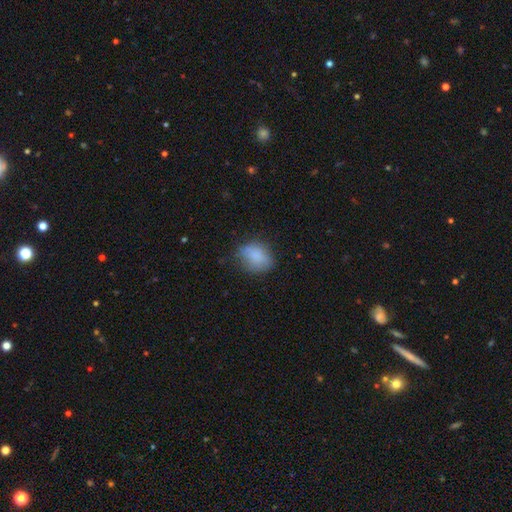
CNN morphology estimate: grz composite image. It shows a smooth galaxy with no disk features (82%) that is in between round and cigar-shaped (56%). Merging: none (63%).